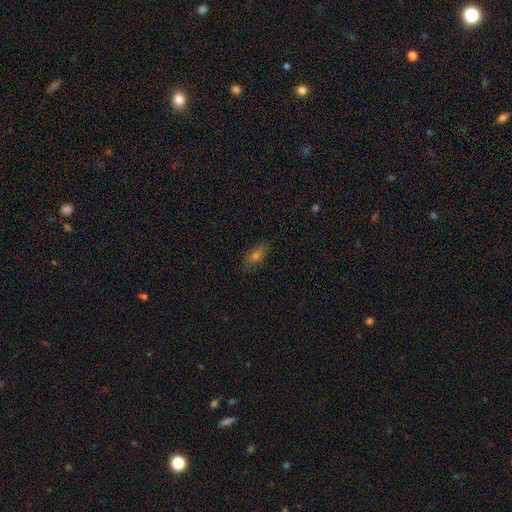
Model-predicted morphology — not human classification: smooth-or-featured: smooth: 60% | featured or disk: 23% | star or artifact: 17%
  how-rounded: in between: 79% | cigar-shaped: 13% | round: 9%
  merging: none: 80% | minor disturbance: 15% | major disturbance: 3% | merger: 1%